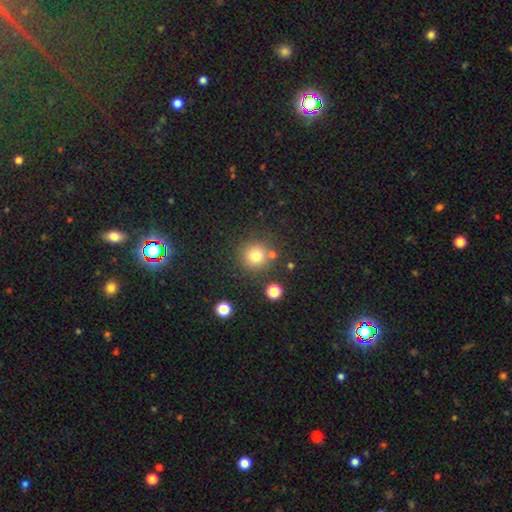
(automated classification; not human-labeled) Q: Smooth or featured?
A: smooth (77%); runner-up: star or artifact (15%)
Q: How rounded?
A: round (94%); runner-up: in between (5%)
Q: Merging?
A: none (82%); runner-up: minor disturbance (8%)